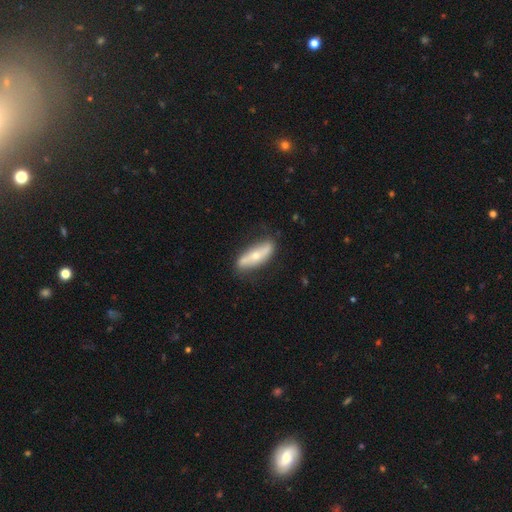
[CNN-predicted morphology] Smooth or featured?
  - featured or disk: 59% *
  - smooth: 36%
  - star or artifact: 6%
Edge-on disk?
  - no: 61% *
  - yes: 39%
Merging?
  - none: 75% *
  - minor disturbance: 18%
  - major disturbance: 4%
  - merger: 3%